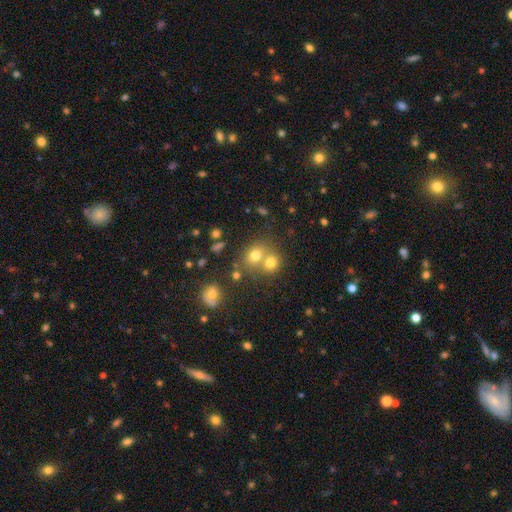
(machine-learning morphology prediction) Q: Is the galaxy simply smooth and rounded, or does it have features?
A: smooth — 71%.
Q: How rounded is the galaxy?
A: round — 71%.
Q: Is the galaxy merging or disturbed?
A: merger — 45%.